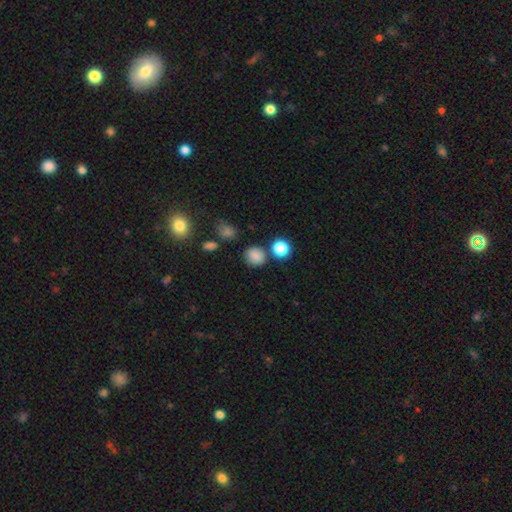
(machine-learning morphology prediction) The model was most divided on "how rounded": round: 76%, in between: 23%, cigar-shaped: 1%. More confident: smooth or featured — smooth (82%); merging — none (75%).